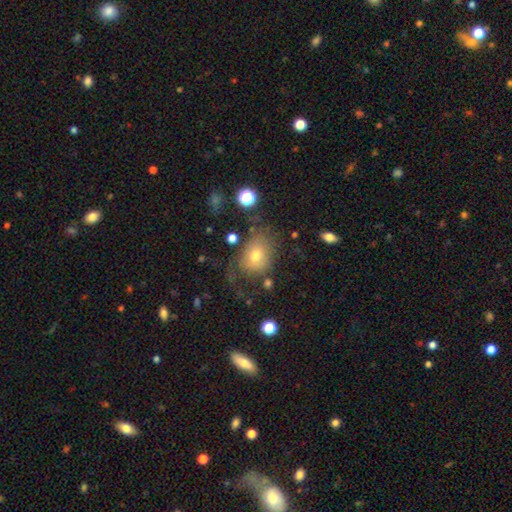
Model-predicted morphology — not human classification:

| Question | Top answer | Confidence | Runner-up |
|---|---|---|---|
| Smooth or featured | smooth | 67% | featured or disk (20%) |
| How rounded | in between | 54% | round (45%) |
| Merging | none | 49% | minor disturbance (24%) |